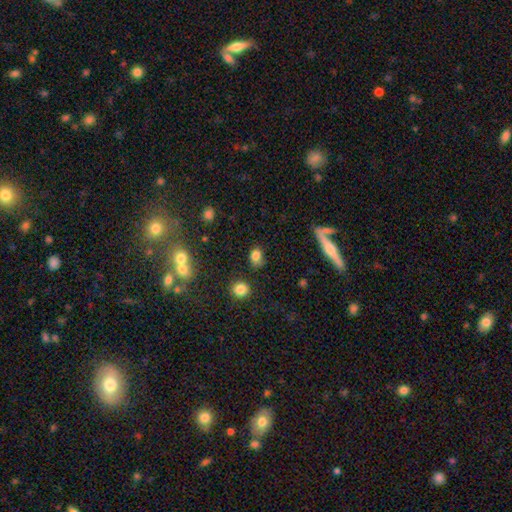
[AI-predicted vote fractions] Q: Smooth or featured?
A: smooth (79%); runner-up: star or artifact (13%)
Q: How rounded?
A: in between (59%); runner-up: round (38%)
Q: Merging?
A: none (63%); runner-up: minor disturbance (23%)